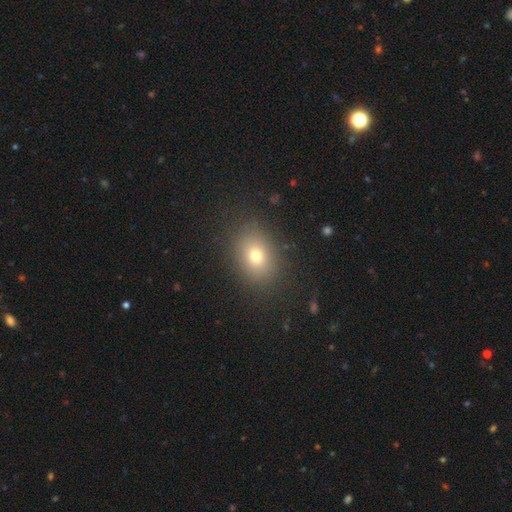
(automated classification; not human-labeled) Smooth or featured? smooth (74%)
How rounded? in between (62%)
Merging? none (86%)